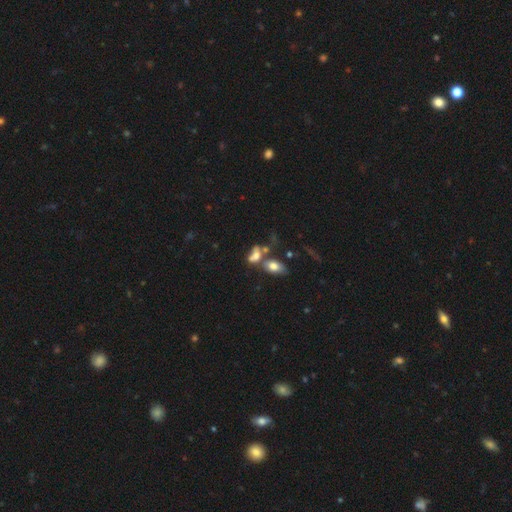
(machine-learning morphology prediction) Q: Smooth or featured?
A: smooth (63%); runner-up: featured or disk (23%)
Q: How rounded?
A: in between (82%); runner-up: round (12%)
Q: Merging?
A: merger (51%); runner-up: none (25%)